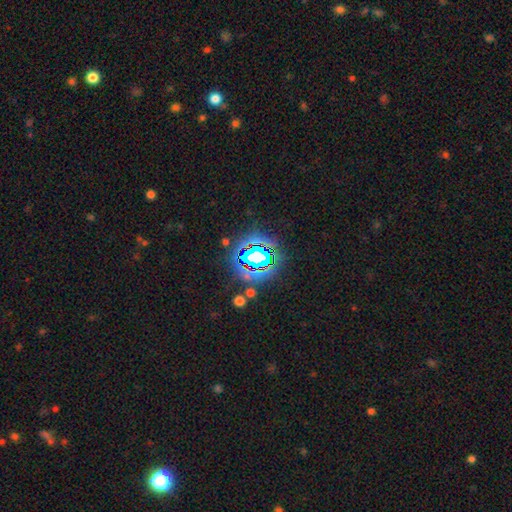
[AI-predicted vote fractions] Smooth or featured?
  - star or artifact: 77% *
  - smooth: 13%
  - featured or disk: 10%